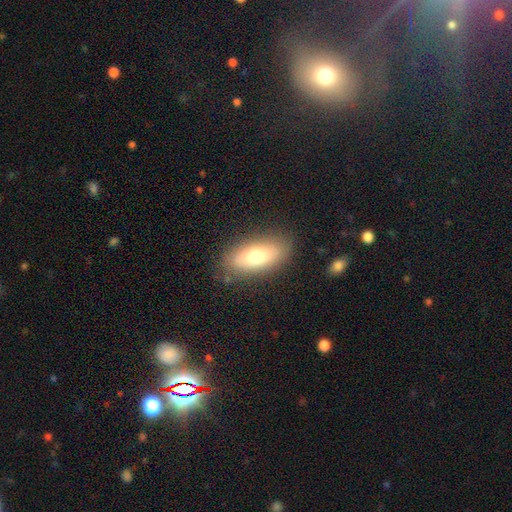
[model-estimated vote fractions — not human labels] Smooth or featured? smooth (72%)
How rounded? in between (85%)
Merging? none (82%)